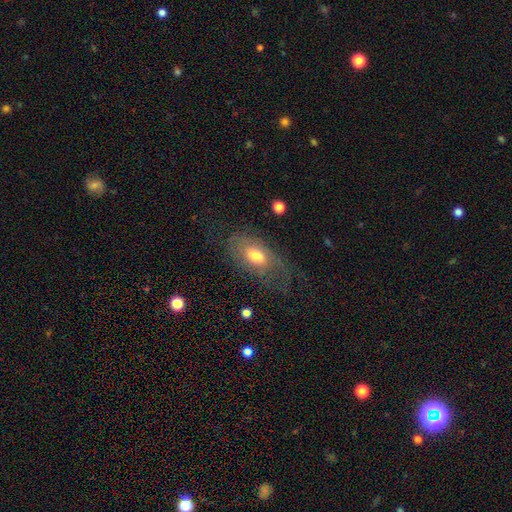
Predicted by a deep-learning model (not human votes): Morphology: type=smooth (46%); merging=none (44%).